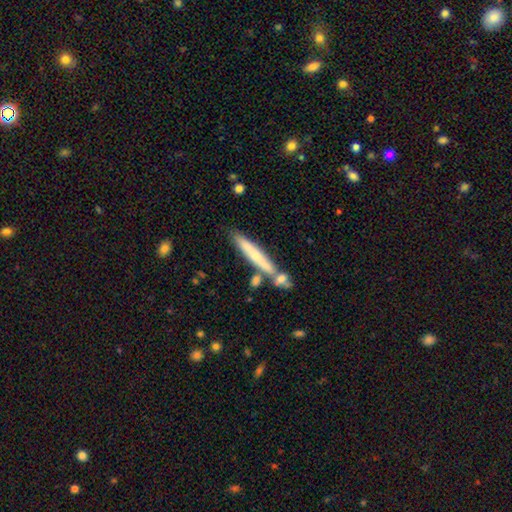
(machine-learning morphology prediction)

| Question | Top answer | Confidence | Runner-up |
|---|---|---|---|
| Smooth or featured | smooth | 51% | featured or disk (43%) |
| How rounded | cigar-shaped | 93% | in between (6%) |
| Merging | none | 67% | merger (16%) |